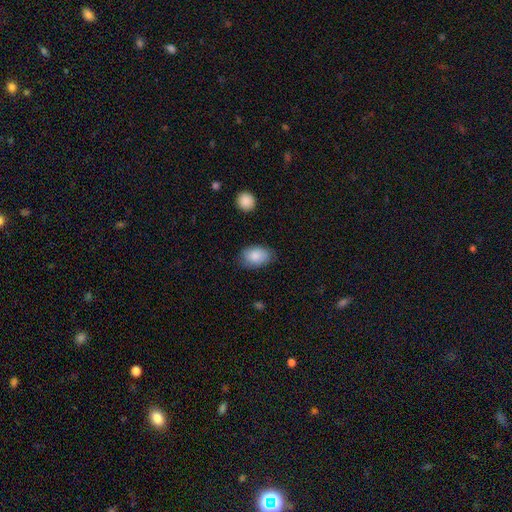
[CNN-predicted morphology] Overall: smooth (86%). How rounded: in between (89%). Merging: none (77%).